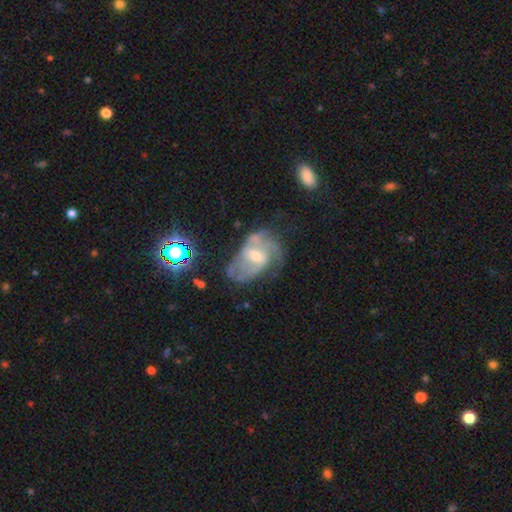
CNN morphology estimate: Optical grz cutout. It shows a featured or disk galaxy (76%) with a weak bar (52%), 2 (36%) medium (46%) spiral arms (83%) and a moderate central bulge (47%). Merging: none (43%).